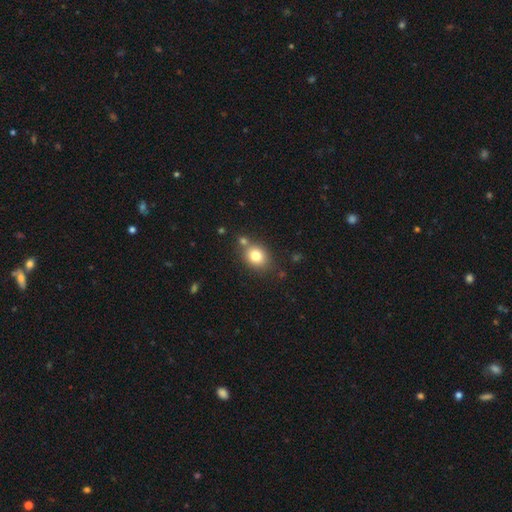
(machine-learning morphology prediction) A smooth galaxy with no disk features (80%) that is round (52%). Merging: none (70%).